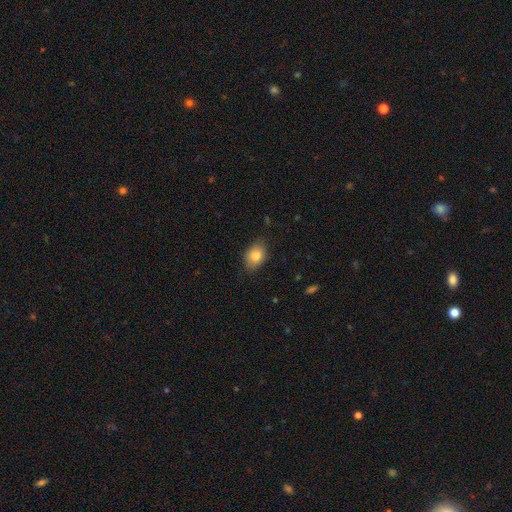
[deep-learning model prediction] A smooth galaxy with no disk features (83%) that is in between round and cigar-shaped (79%). Merging: none (82%).